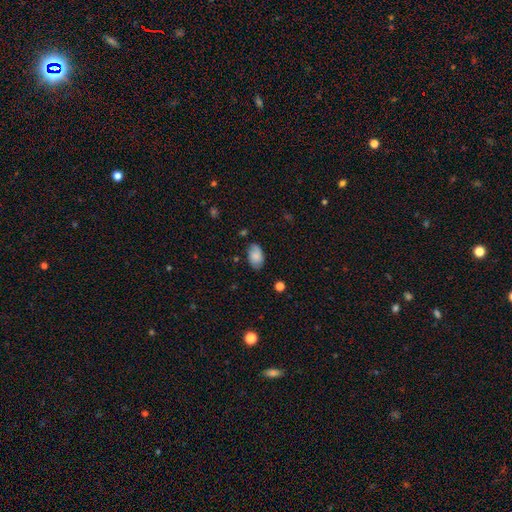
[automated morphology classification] Smooth or featured: smooth — 78% (featured or disk — 15%)
How rounded: in between — 92% (round — 6%)
Merging: none — 77% (minor disturbance — 18%)